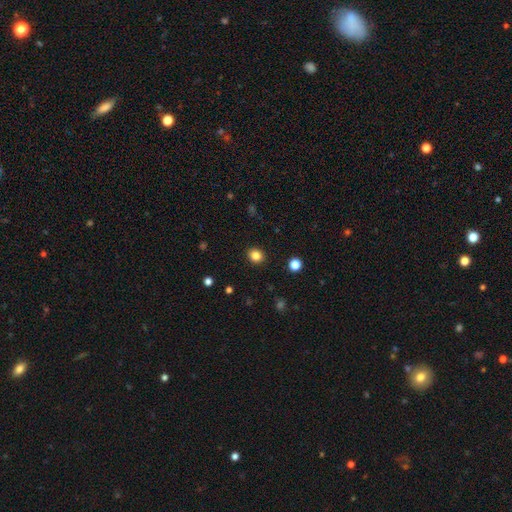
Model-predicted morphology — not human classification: The model was most divided on "how rounded": round: 72%, in between: 28%, cigar-shaped: 1%. More confident: merging — none (91%); smooth or featured — smooth (84%).